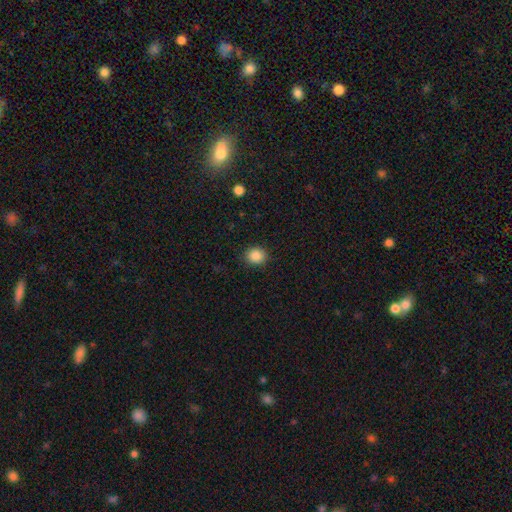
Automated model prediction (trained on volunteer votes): Overall: smooth (87%). How rounded: round (79%). Merging: none (89%).